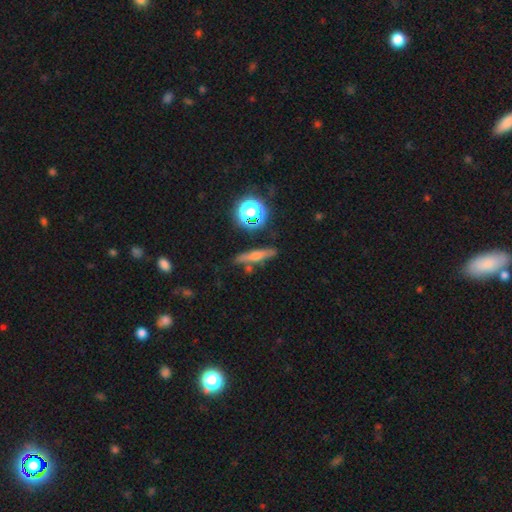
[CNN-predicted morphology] Smooth or featured?
  - featured or disk: 47% *
  - smooth: 37%
  - star or artifact: 16%
Merging?
  - none: 82% *
  - minor disturbance: 11%
  - merger: 4%
  - major disturbance: 3%